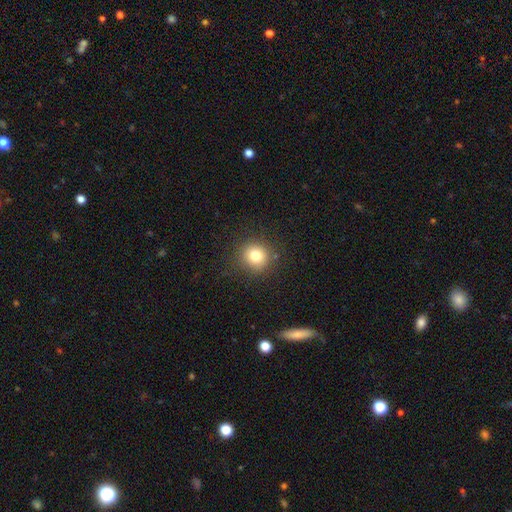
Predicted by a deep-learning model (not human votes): Morphology: type=smooth (79%); roundness=round (91%); merging=none (87%).